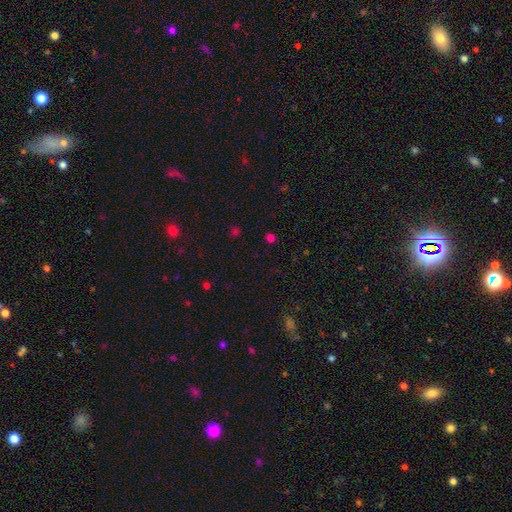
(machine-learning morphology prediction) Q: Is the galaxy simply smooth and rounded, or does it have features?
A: smooth — 48%.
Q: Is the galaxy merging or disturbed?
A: none — 84%.